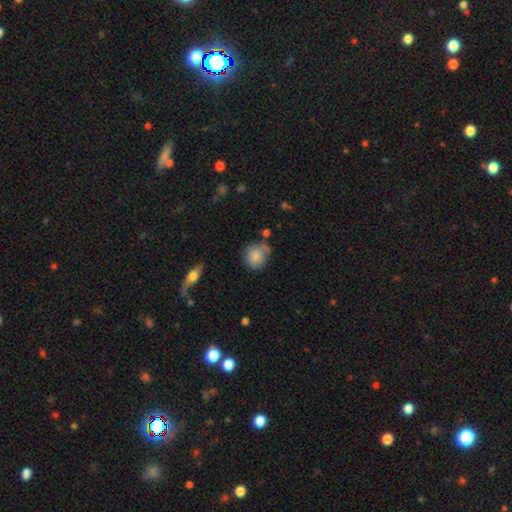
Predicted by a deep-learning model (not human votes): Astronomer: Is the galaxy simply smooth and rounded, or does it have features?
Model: smooth — 81%.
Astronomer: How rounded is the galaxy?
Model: round — 82%.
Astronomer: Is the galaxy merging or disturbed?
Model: none — 56%.